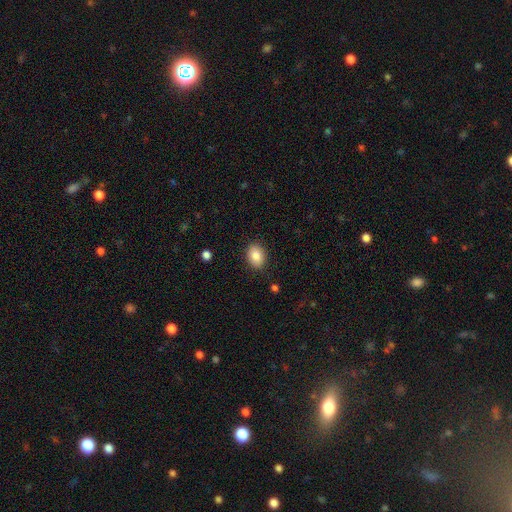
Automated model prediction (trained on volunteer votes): The model was most divided on "how rounded": in between: 71%, round: 28%, cigar-shaped: 1%. More confident: merging — none (88%); smooth or featured — smooth (85%).